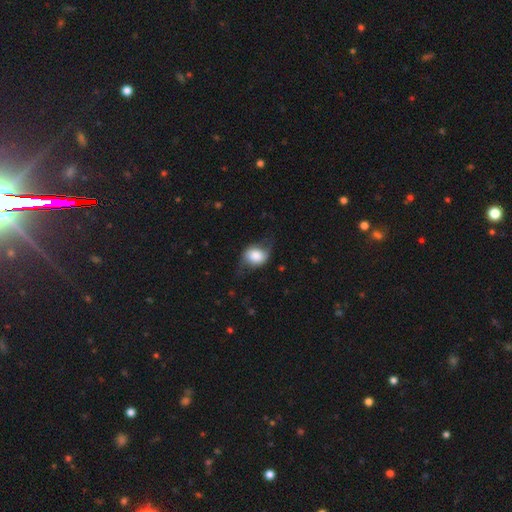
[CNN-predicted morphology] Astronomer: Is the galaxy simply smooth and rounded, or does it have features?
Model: smooth — 61%.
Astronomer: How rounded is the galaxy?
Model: round — 50% (runner-up: in between, 48%).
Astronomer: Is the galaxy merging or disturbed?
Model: none — 55%.